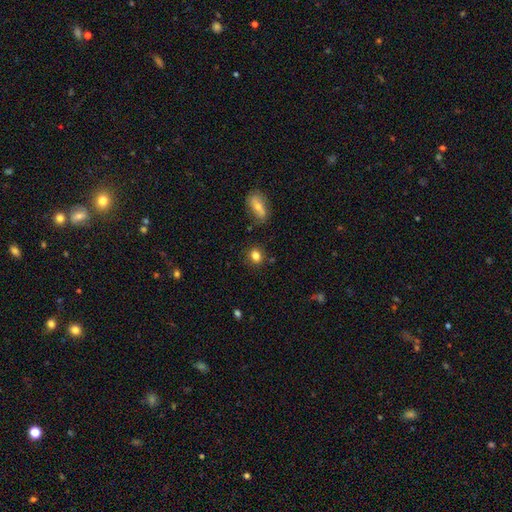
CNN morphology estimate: smooth-or-featured: smooth: 82% | star or artifact: 10% | featured or disk: 7%
  how-rounded: round: 57% | in between: 41% | cigar-shaped: 2%
  merging: none: 83% | minor disturbance: 11% | merger: 3% | major disturbance: 3%